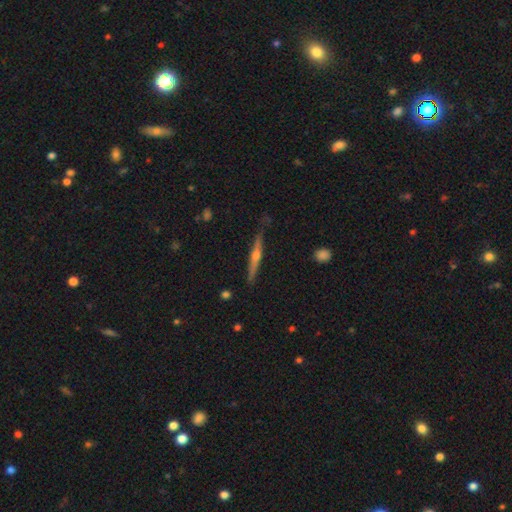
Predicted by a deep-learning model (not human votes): Smooth or featured: featured or disk — 72% (smooth — 21%)
Edge-on disk: yes — 97% (no — 3%)
Edge-on bulge: rounded — 89% (none — 7%)
Merging: none — 83% (minor disturbance — 13%)